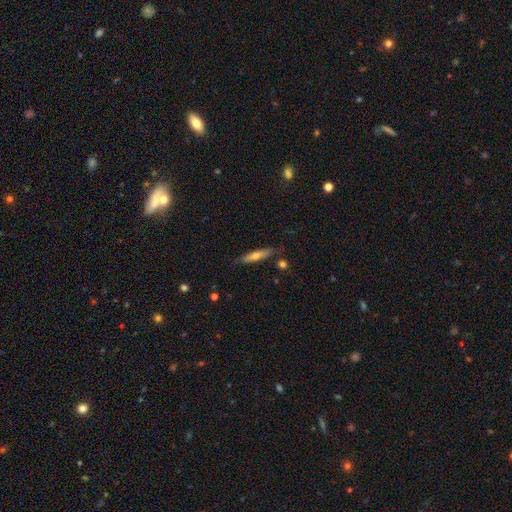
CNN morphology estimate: smooth_or_featured: smooth (p=0.49) [alt: featured or disk p=0.43]
merging: none (p=0.82) [alt: minor disturbance p=0.13]